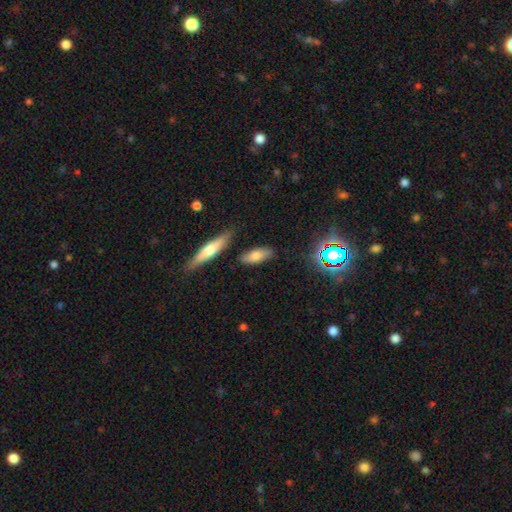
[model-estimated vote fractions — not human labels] smooth_or_featured: smooth (p=0.74) [alt: featured or disk p=0.17]
how_rounded: in between (p=0.72) [alt: cigar-shaped p=0.25]
merging: none (p=0.80) [alt: minor disturbance p=0.13]